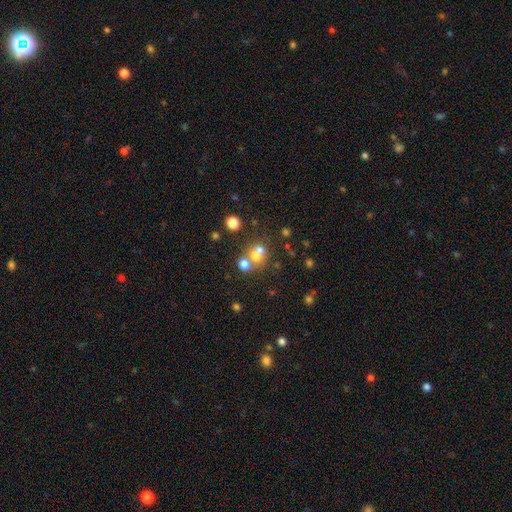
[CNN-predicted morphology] Q: Smooth or featured?
A: smooth (62%); runner-up: featured or disk (20%)
Q: How rounded?
A: round (76%); runner-up: in between (23%)
Q: Merging?
A: merger (50%); runner-up: none (38%)